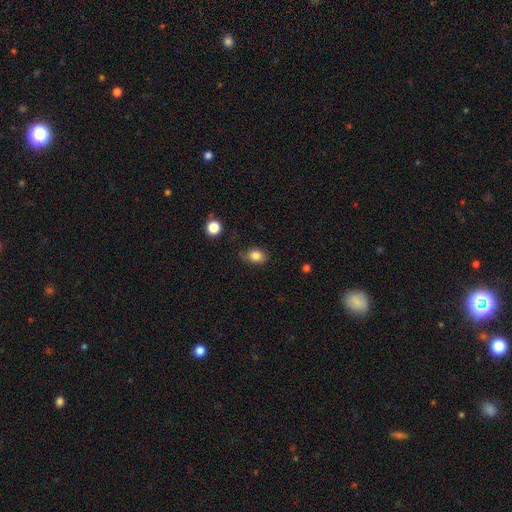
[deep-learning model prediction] smooth_or_featured: smooth (p=0.83) [alt: star or artifact p=0.10]
how_rounded: in between (p=0.60) [alt: round p=0.39]
merging: none (p=0.64) [alt: minor disturbance p=0.27]